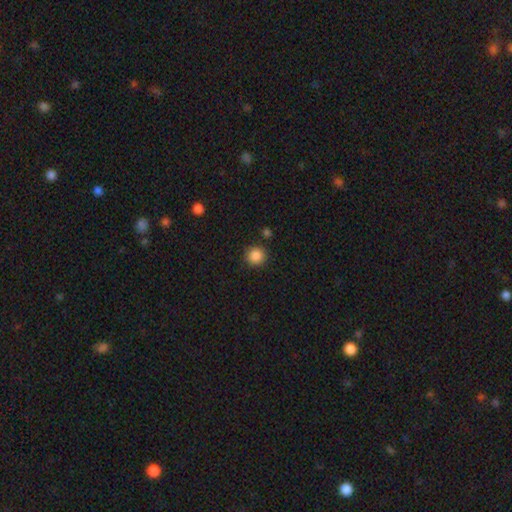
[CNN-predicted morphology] A smooth galaxy with no disk features (87%) that is round (93%).

Vote fractions:
- Smooth or featured? smooth: 87% / star or artifact: 10% / featured or disk: 3%
- How rounded? round: 93% / in between: 7% / cigar-shaped: 1%
- Merging? none: 88% / minor disturbance: 7% / merger: 2% / major disturbance: 2%